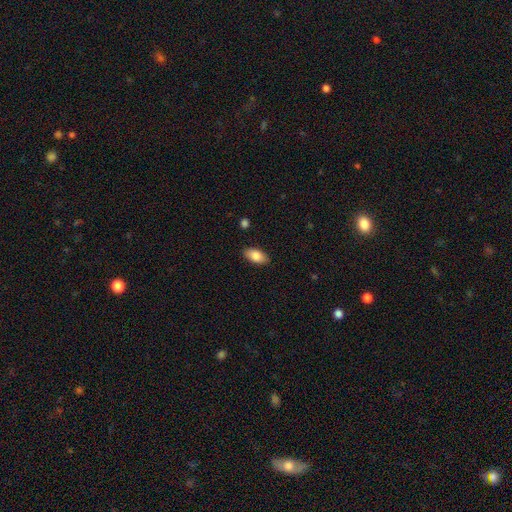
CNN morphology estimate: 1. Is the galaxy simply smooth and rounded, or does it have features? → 85% smooth, 8% featured or disk, 7% star or artifact.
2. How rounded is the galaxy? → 93% in between, 4% cigar-shaped, 3% round.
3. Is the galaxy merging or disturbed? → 87% none, 9% minor disturbance, 2% major disturbance, 1% merger.